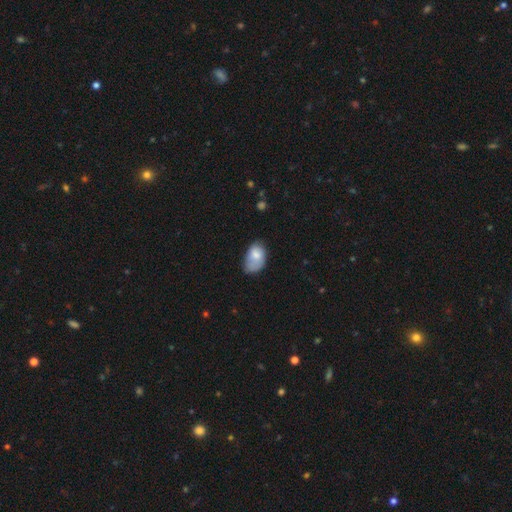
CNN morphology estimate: A smooth galaxy with no disk features (76%) that is in between round and cigar-shaped (90%). Merging: minor disturbance (41%).